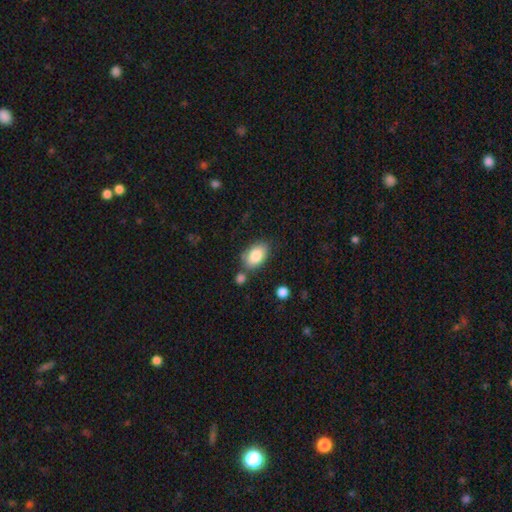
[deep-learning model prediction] Smooth or featured? smooth (85%)
How rounded? in between (91%)
Merging? none (71%)